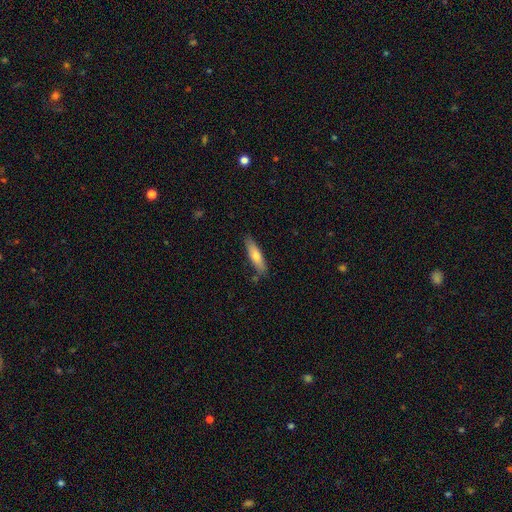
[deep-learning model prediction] Morphology: type=smooth (70%); roundness=cigar-shaped (69%); merging=none (82%).